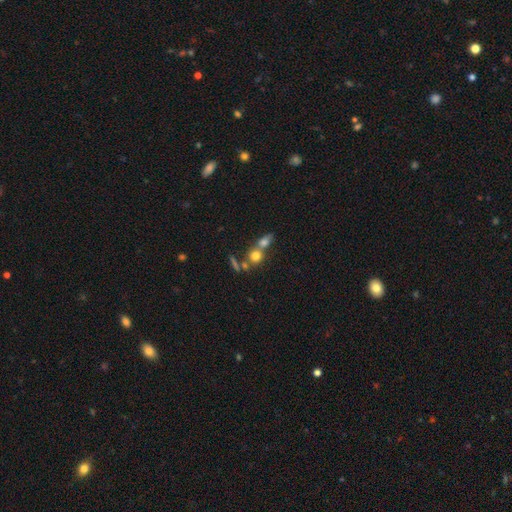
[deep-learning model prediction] Smooth or featured? smooth (72%)
How rounded? round (74%)
Merging? merger (53%)